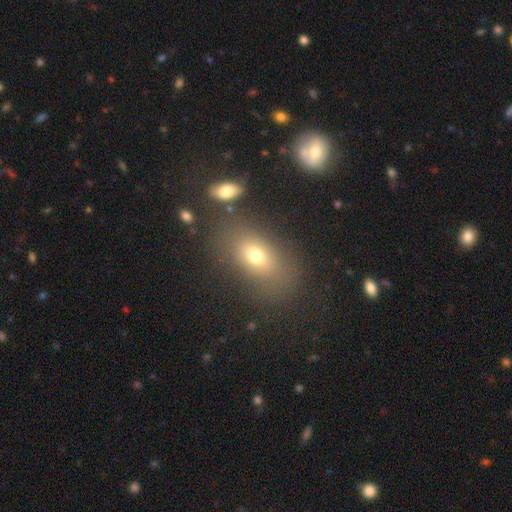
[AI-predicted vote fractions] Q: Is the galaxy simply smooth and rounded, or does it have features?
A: smooth — 69%.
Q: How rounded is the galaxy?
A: in between — 80%.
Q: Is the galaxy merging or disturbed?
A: none — 70%.